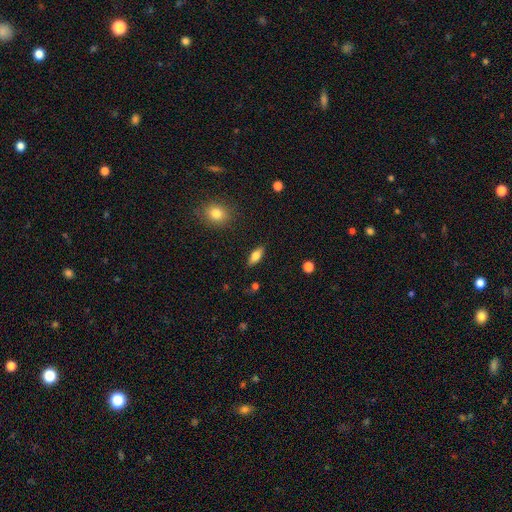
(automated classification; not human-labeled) smooth-or-featured: smooth: 72% | featured or disk: 21% | star or artifact: 7%
  how-rounded: in between: 81% | cigar-shaped: 16% | round: 3%
  merging: none: 87% | minor disturbance: 9% | major disturbance: 2% | merger: 1%